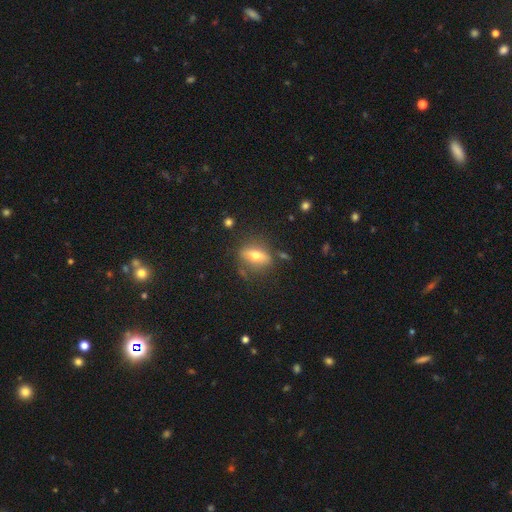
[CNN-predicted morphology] smooth-or-featured: smooth: 53% | featured or disk: 38% | star or artifact: 9%
  how-rounded: in between: 66% | cigar-shaped: 17% | round: 17%
  merging: none: 75% | minor disturbance: 15% | major disturbance: 6% | merger: 4%